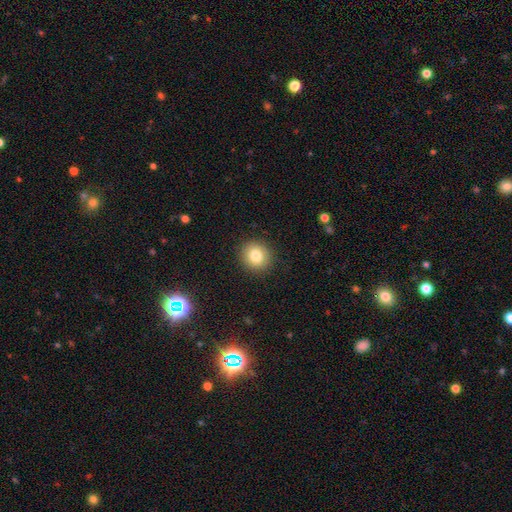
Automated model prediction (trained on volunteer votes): Overall: smooth (81%). How rounded: round (88%). Merging: none (90%).